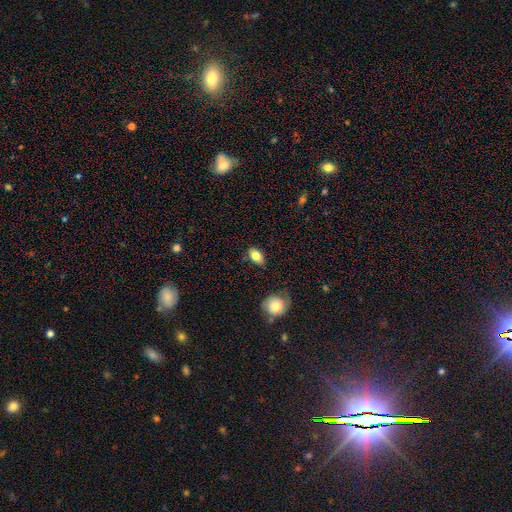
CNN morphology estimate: Smooth or featured?
  - smooth: 80% *
  - featured or disk: 12%
  - star or artifact: 8%
How rounded?
  - in between: 84% *
  - round: 13%
  - cigar-shaped: 3%
Merging?
  - none: 77% *
  - minor disturbance: 17%
  - major disturbance: 4%
  - merger: 2%